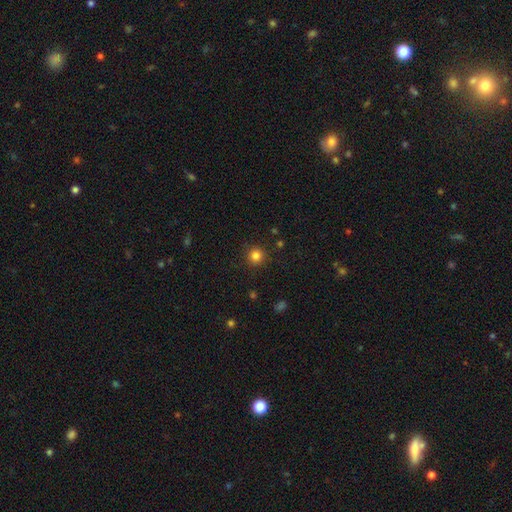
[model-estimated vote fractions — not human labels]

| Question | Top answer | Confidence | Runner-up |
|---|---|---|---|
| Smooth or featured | smooth | 82% | star or artifact (13%) |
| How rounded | round | 95% | in between (4%) |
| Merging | none | 91% | minor disturbance (6%) |